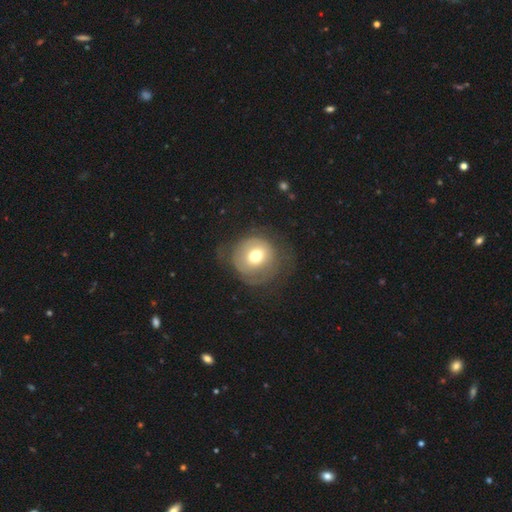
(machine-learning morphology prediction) A smooth galaxy with no disk features (59%) that is round (89%).

Vote fractions:
- Smooth or featured? smooth: 59% / featured or disk: 31% / star or artifact: 10%
- How rounded? round: 89% / in between: 10% / cigar-shaped: 1%
- Merging? none: 57% / minor disturbance: 22% / major disturbance: 20% / merger: 1%